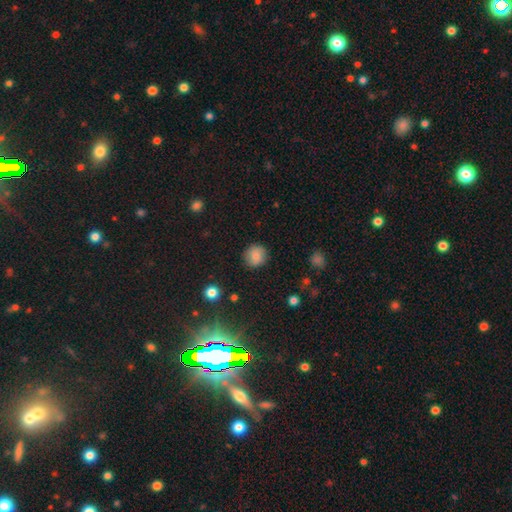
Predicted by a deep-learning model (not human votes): A smooth galaxy with no disk features (83%) that is round (90%). Merging: none (87%).